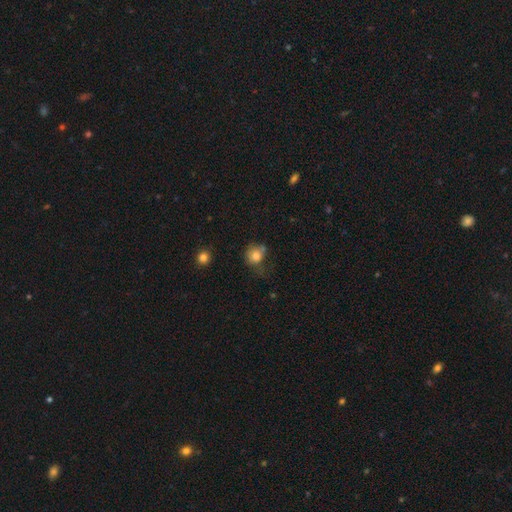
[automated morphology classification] A smooth galaxy with no disk features (78%) that is round (76%).

Vote fractions:
- Smooth or featured? smooth: 78% / star or artifact: 11% / featured or disk: 11%
- How rounded? round: 76% / in between: 23% / cigar-shaped: 1%
- Merging? none: 47% / minor disturbance: 28% / major disturbance: 15% / merger: 10%